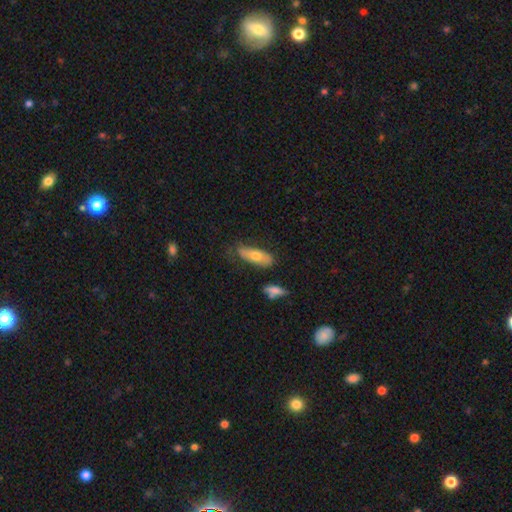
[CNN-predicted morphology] Overall: smooth (63%; featured or disk 31%). How rounded: in between (70%). Merging: none (64%; minor disturbance 24%).